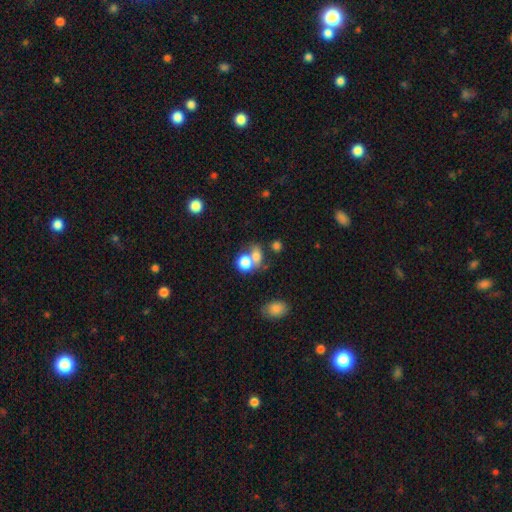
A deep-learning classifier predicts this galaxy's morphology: type=smooth (75%); roundness=round (53%); merging=merger (50%).